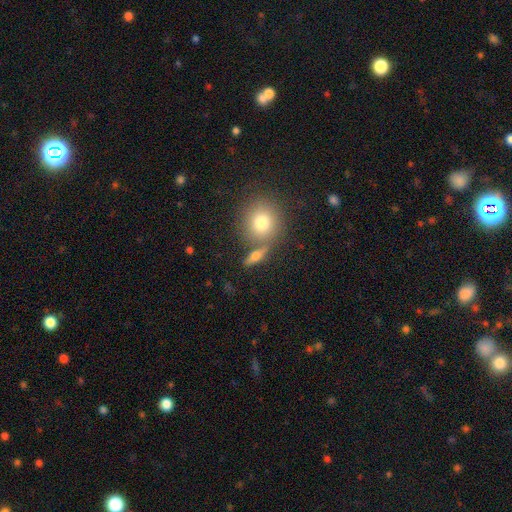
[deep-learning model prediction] Smooth or featured: smooth — 58% (featured or disk — 30%)
How rounded: in between — 42% (round — 31%)
Merging: none — 64% (merger — 19%)